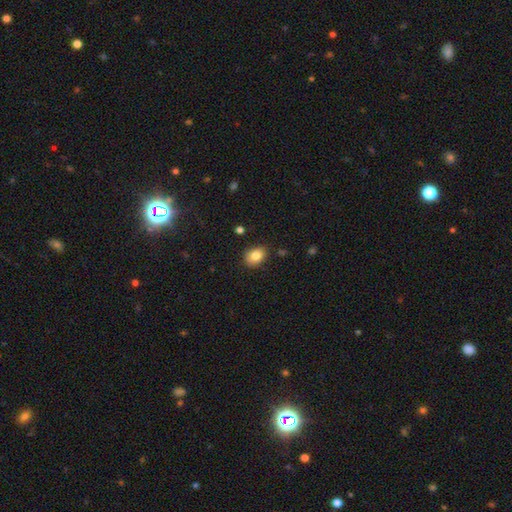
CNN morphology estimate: smooth 84%, star or artifact 9%, featured or disk 7%. Down the decision tree: how rounded — in between (68%); merging — none (80%).